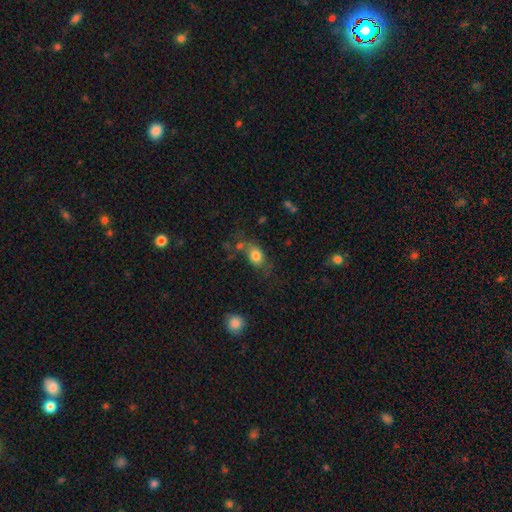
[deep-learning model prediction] A smooth galaxy with no disk features (80%) that is in between round and cigar-shaped (70%).

Vote fractions:
- Smooth or featured? smooth: 80% / featured or disk: 11% / star or artifact: 10%
- How rounded? in between: 70% / round: 28% / cigar-shaped: 2%
- Merging? none: 58% / minor disturbance: 21% / merger: 11% / major disturbance: 11%